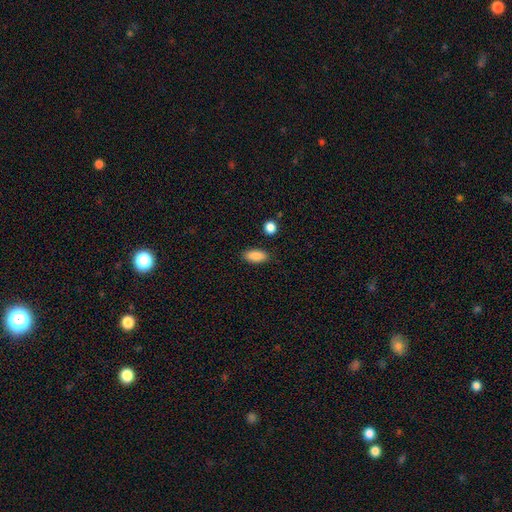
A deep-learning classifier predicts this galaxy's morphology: Smooth or featured? Predicted: smooth (p=0.88). How rounded? Predicted: in between (p=0.89). Merging? Predicted: none (p=0.86).